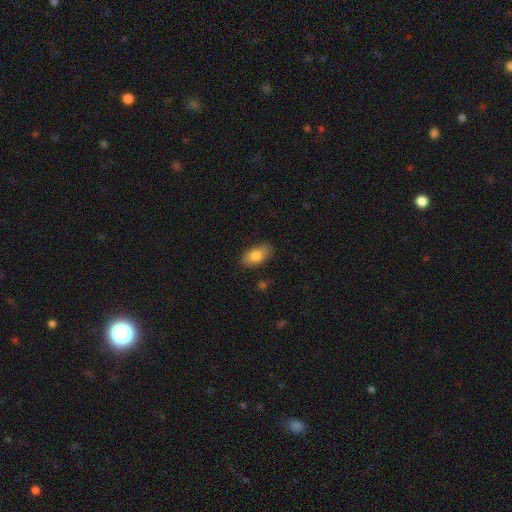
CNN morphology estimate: smooth_or_featured: smooth (p=0.80) [alt: featured or disk p=0.13]
how_rounded: in between (p=0.91) [alt: round p=0.05]
merging: none (p=0.83) [alt: minor disturbance p=0.13]